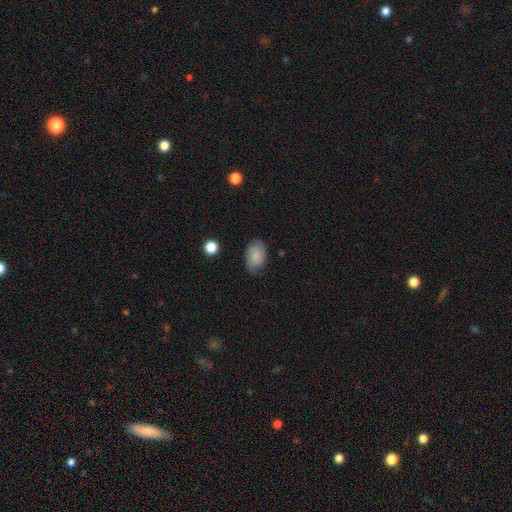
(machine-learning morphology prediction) The model was most divided on "merging": none: 69%, minor disturbance: 24%, major disturbance: 6%, merger: 1%. More confident: how rounded — in between (85%); smooth or featured — smooth (73%).